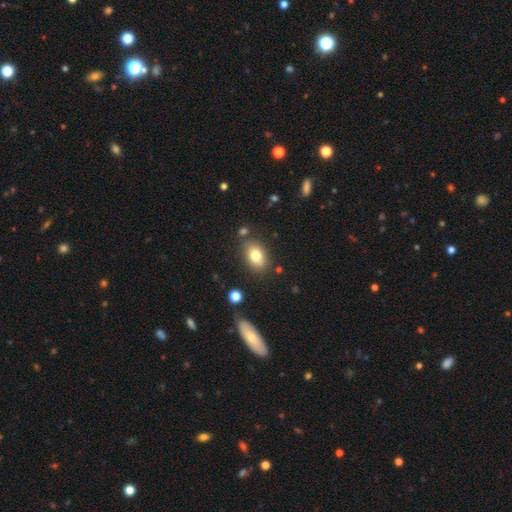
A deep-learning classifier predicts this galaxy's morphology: Smooth or featured?
  - smooth: 78% *
  - featured or disk: 12%
  - star or artifact: 9%
How rounded?
  - in between: 81% *
  - round: 17%
  - cigar-shaped: 2%
Merging?
  - none: 77% *
  - minor disturbance: 14%
  - merger: 6%
  - major disturbance: 4%